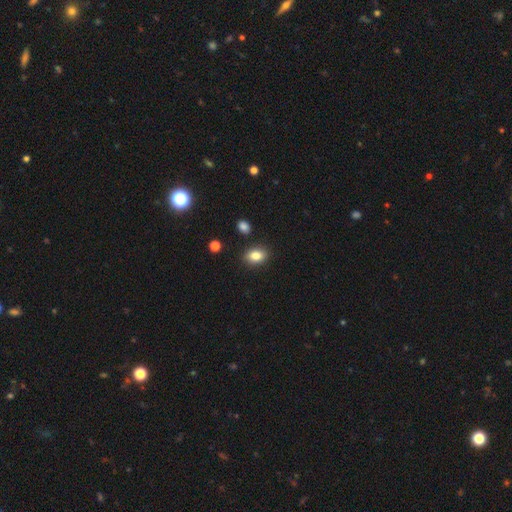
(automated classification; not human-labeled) This is clearly a smooth galaxy (83%). How rounded: likely in between (74%). Merging: clearly none (86%).